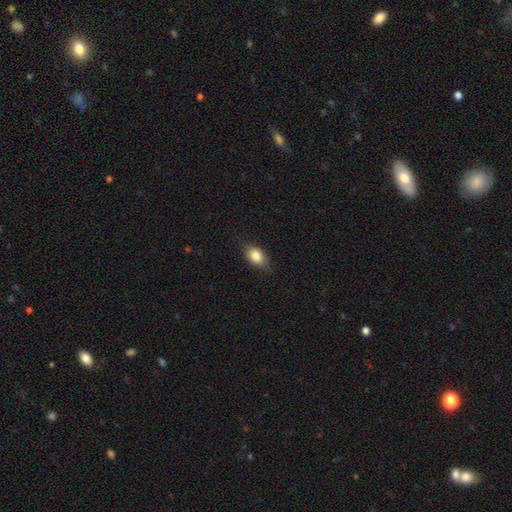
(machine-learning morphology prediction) Smooth or featured: smooth — 84% (featured or disk — 8%)
How rounded: in between — 85% (round — 12%)
Merging: none — 81% (minor disturbance — 15%)